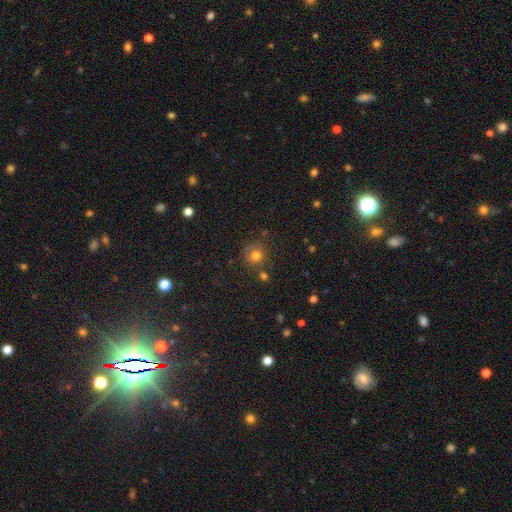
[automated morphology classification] A smooth galaxy with no disk features (75%) that is round (90%). Merging: none (68%).